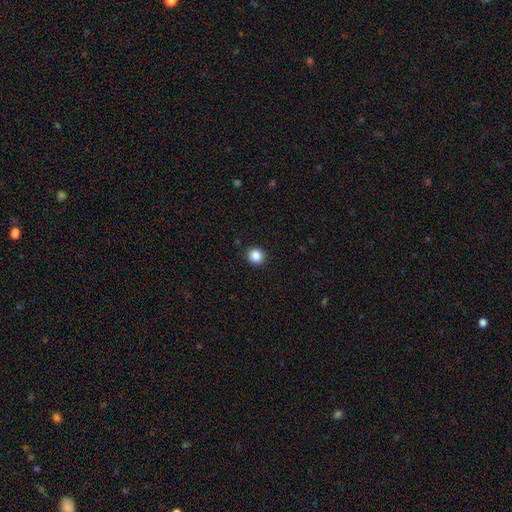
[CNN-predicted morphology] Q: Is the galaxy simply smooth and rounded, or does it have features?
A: smooth — 87%.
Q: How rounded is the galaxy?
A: round — 89%.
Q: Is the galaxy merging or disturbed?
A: none — 92%.